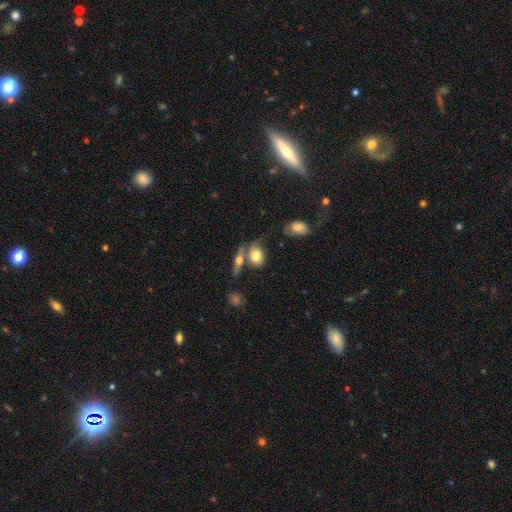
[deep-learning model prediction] Overall: smooth (73%). How rounded: in between (73%). Merging: none (44%; merger 31%).